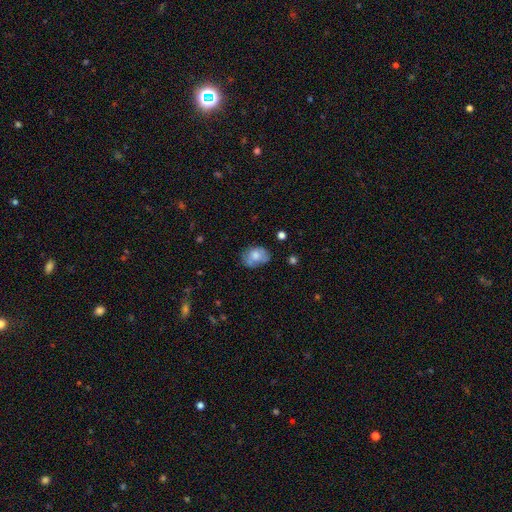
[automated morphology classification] Smooth or featured? smooth (68%)
How rounded? in between (65%)
Merging? none (55%)